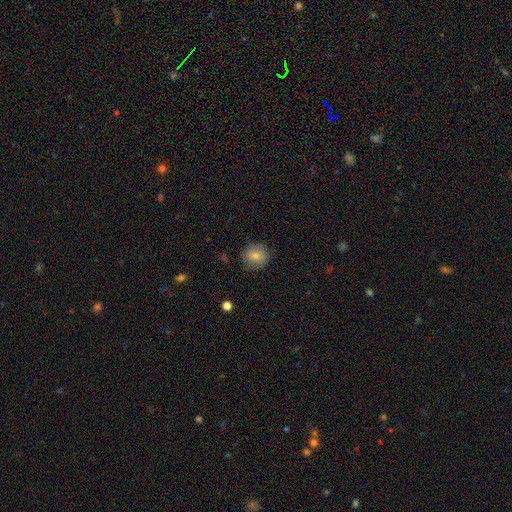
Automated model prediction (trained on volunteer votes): Smooth or featured: smooth — 77% (featured or disk — 14%)
How rounded: round — 85% (in between — 14%)
Merging: none — 83% (minor disturbance — 12%)